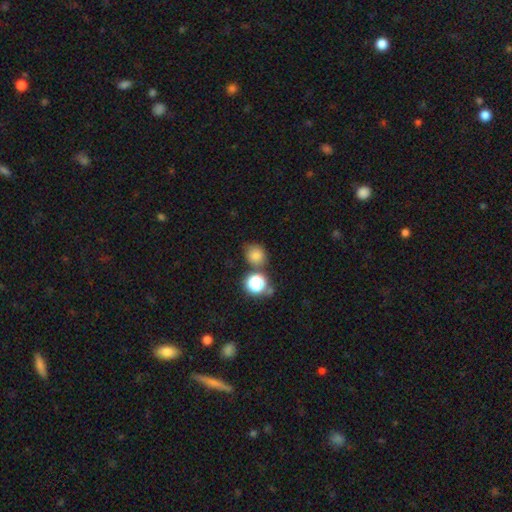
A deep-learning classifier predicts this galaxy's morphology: type=smooth (75%); roundness=round (77%); merging=none (68%).